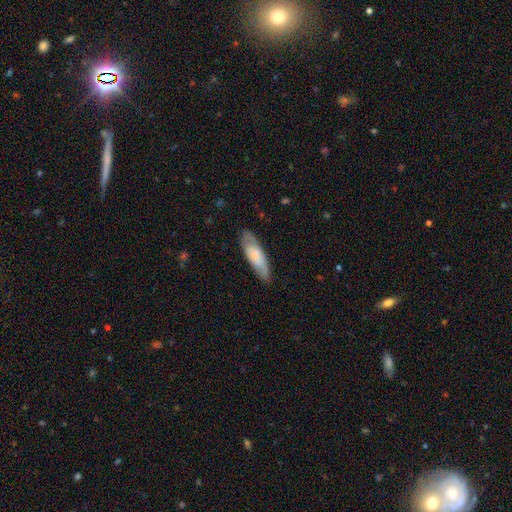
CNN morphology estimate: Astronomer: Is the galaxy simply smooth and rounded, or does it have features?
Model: smooth — 65%.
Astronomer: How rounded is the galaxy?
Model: cigar-shaped — 53% (runner-up: in between, 46%).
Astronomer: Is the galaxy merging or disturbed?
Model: none — 78%.